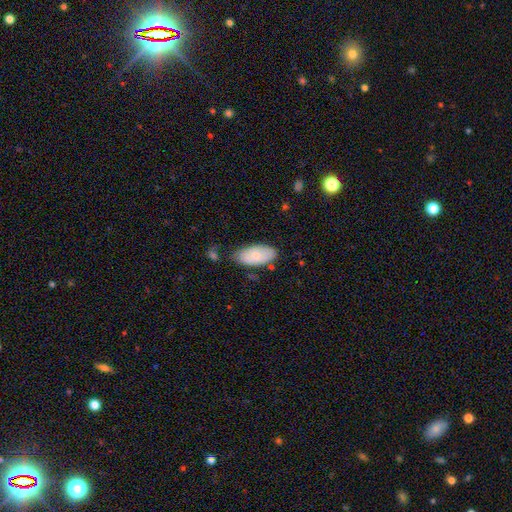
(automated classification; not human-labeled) smooth_or_featured: smooth (p=0.79) [alt: featured or disk p=0.15]
how_rounded: in between (p=0.93) [alt: cigar-shaped p=0.05]
merging: none (p=0.69) [alt: minor disturbance p=0.22]